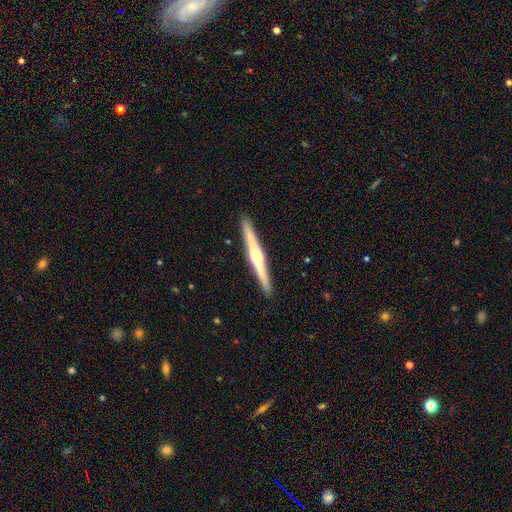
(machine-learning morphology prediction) The model was most divided on "smooth or featured": featured or disk: 73%, smooth: 22%, star or artifact: 5%. More confident: edge-on disk — yes (98%); merging — none (92%); edge-on bulge — rounded (78%).